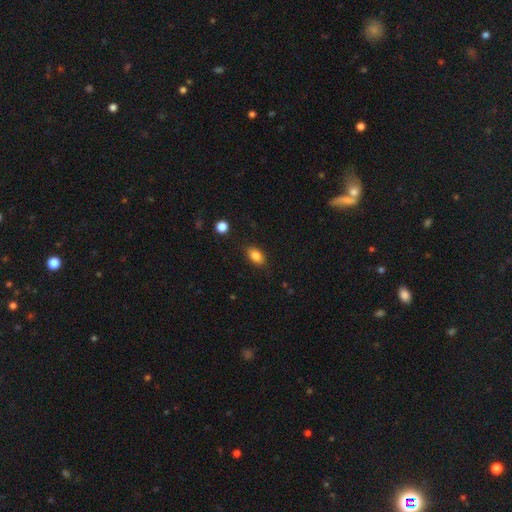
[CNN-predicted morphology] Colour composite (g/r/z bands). It shows a smooth galaxy with no disk features (85%) that is in between round and cigar-shaped (87%). Merging: none (84%).